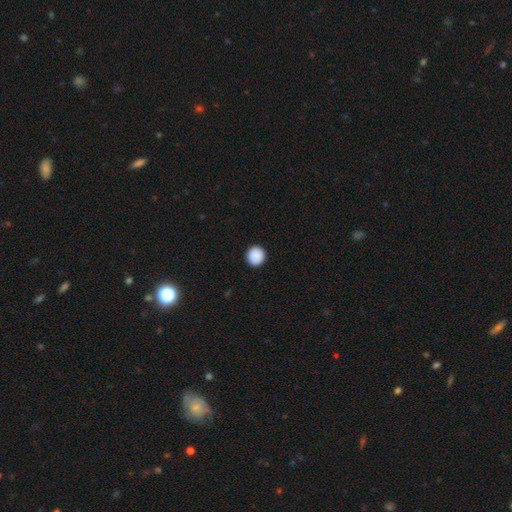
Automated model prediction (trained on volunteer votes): Smooth or featured?
  - smooth: 90% *
  - star or artifact: 8%
  - featured or disk: 3%
How rounded?
  - round: 93% *
  - in between: 6%
  - cigar-shaped: 1%
Merging?
  - none: 92% *
  - minor disturbance: 5%
  - major disturbance: 2%
  - merger: 1%